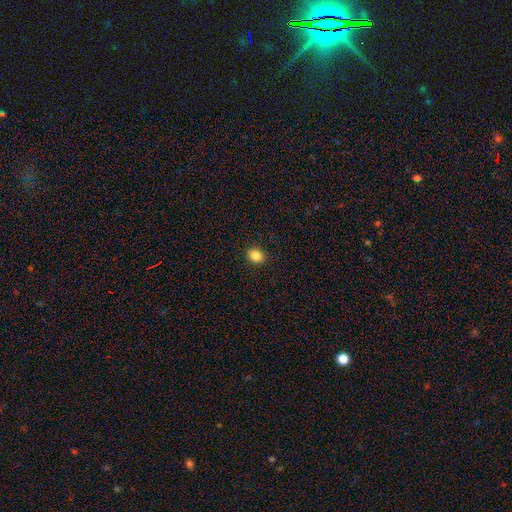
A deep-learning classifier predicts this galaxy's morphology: smooth_or_featured: smooth (p=0.85) [alt: star or artifact p=0.10]
how_rounded: round (p=0.70) [alt: in between p=0.30]
merging: none (p=0.91) [alt: minor disturbance p=0.06]